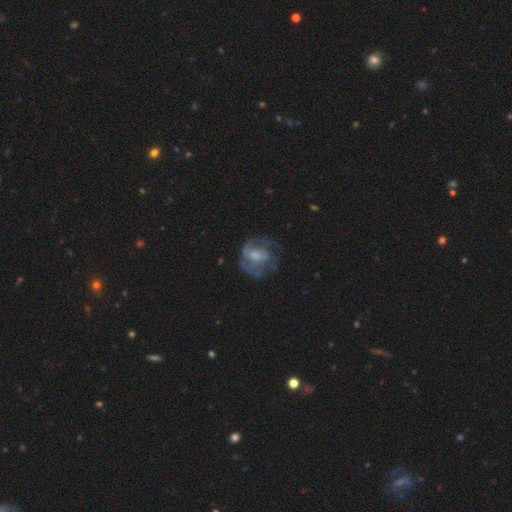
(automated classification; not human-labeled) Morphology: type=featured or disk (65%); edge-on=no (98%); bar=no (49%); spiral arms=yes (70%); bulge=moderate (44%); merging=none (51%).